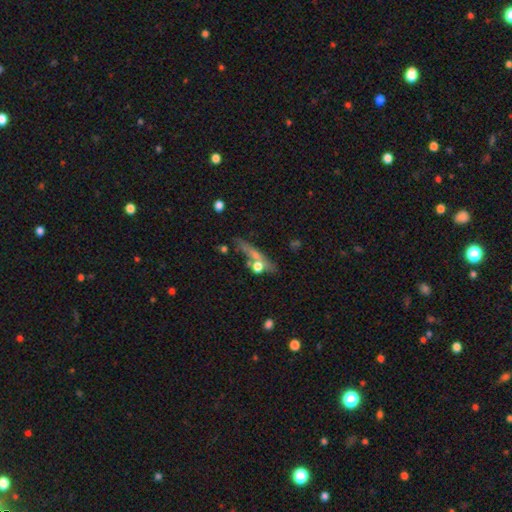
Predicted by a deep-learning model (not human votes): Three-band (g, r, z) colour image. It shows a featured or disk galaxy (46%). Merging: none (62%).